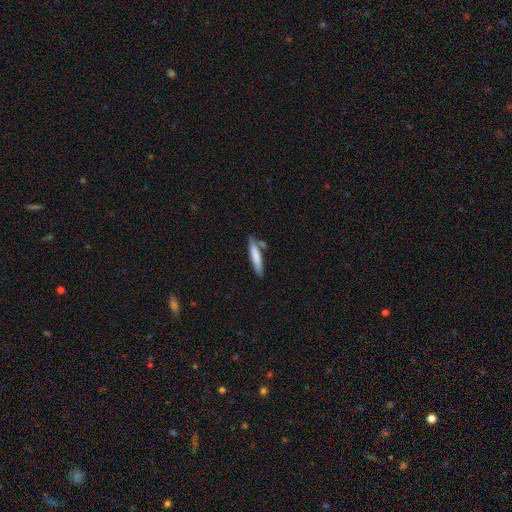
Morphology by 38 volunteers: Volunteers were most divided on "smooth or featured": smooth: 74%, featured or disk: 24%, star or artifact: 3%. More confident: how rounded — cigar-shaped (96%); merging — none (76%).